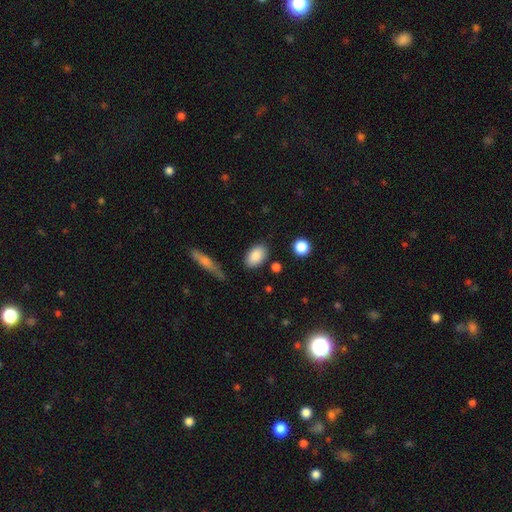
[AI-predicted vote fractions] smooth_or_featured: smooth (p=0.86) [alt: star or artifact p=0.07]
how_rounded: in between (p=0.89) [alt: round p=0.09]
merging: none (p=0.82) [alt: minor disturbance p=0.12]